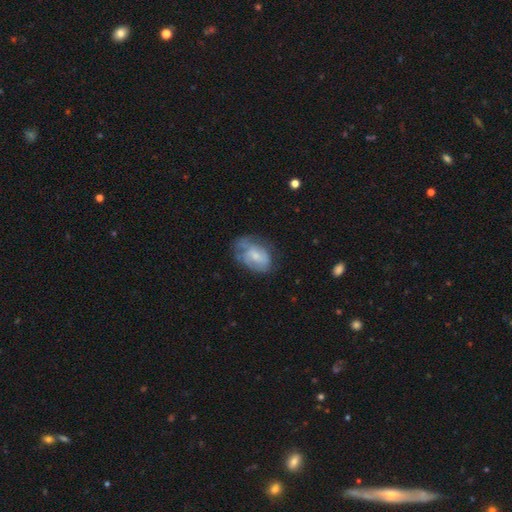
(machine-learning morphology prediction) Smooth or featured: featured or disk — 52% (smooth — 40%)
Edge-on disk: no — 96% (yes — 4%)
Merging: none — 47% (minor disturbance — 30%)